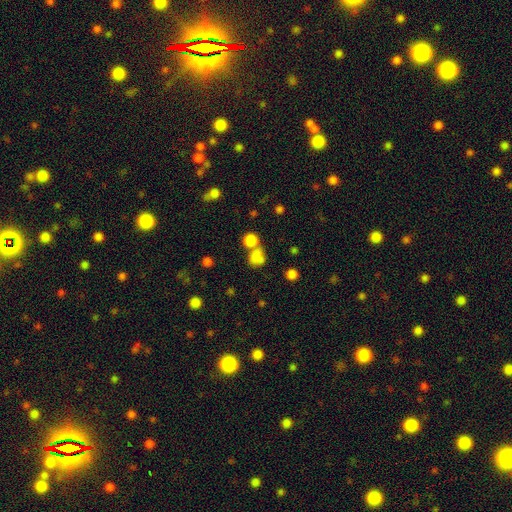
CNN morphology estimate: The model was most divided on "merging": merger: 42%, none: 40%, minor disturbance: 11%, major disturbance: 6%. More confident: smooth or featured — smooth (77%); how rounded — round (62%).